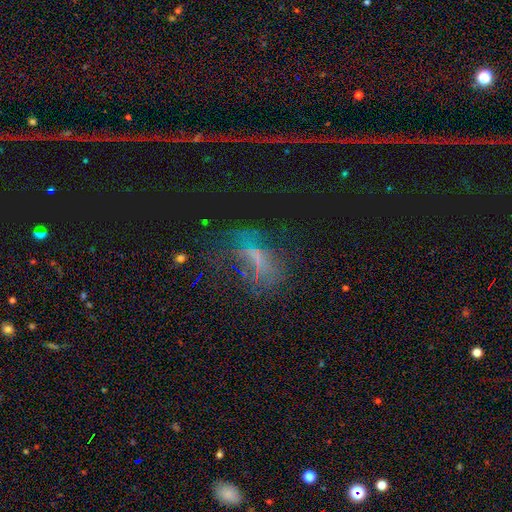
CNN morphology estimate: Smooth or featured? featured or disk (40%)
Merging? none (38%)